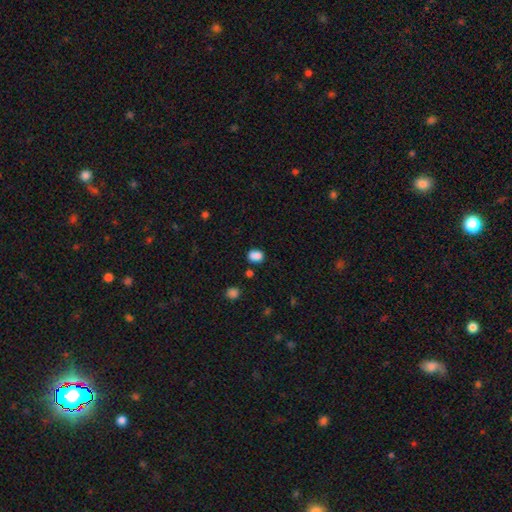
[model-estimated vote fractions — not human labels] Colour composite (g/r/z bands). It shows a smooth galaxy with no disk features (84%) that is in between round and cigar-shaped (62%). Merging: none (70%).